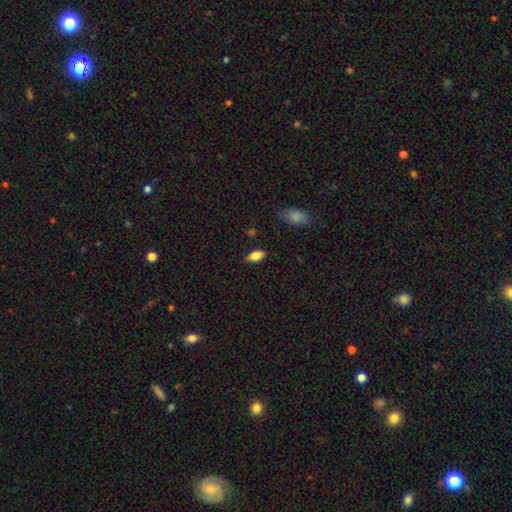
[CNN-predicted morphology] This is clearly a smooth galaxy (81%). How rounded: clearly in between (90%). Merging: clearly none (85%).